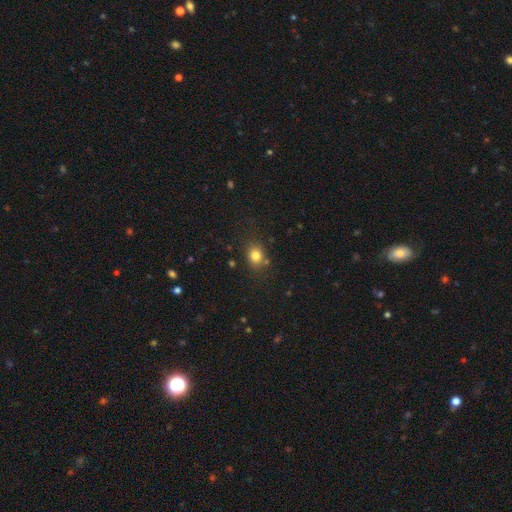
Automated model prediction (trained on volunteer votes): Overall: smooth (80%). How rounded: round (63%; in between 36%). Merging: none (77%).